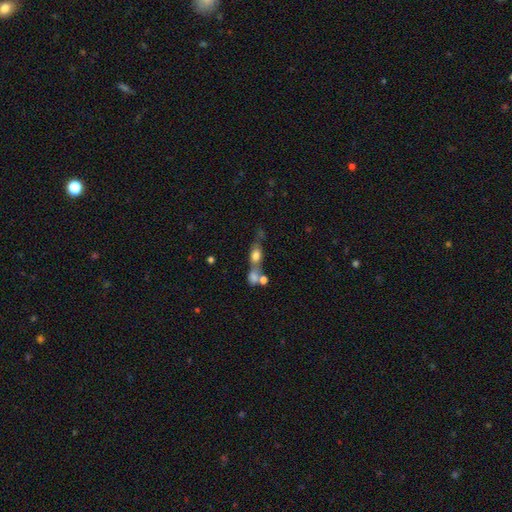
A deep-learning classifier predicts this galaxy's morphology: Overall: smooth (63%; featured or disk 25%). How rounded: in between (57%; round 24%). Merging: merger (47%; none 31%).